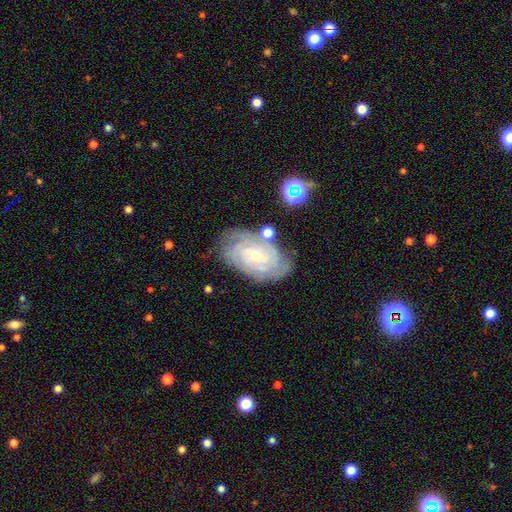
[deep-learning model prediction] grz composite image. It shows a featured or disk galaxy (81%) with no bar (57%), tight (75%) spiral arms (93%) and a small central bulge (73%). Merging: none (69%).